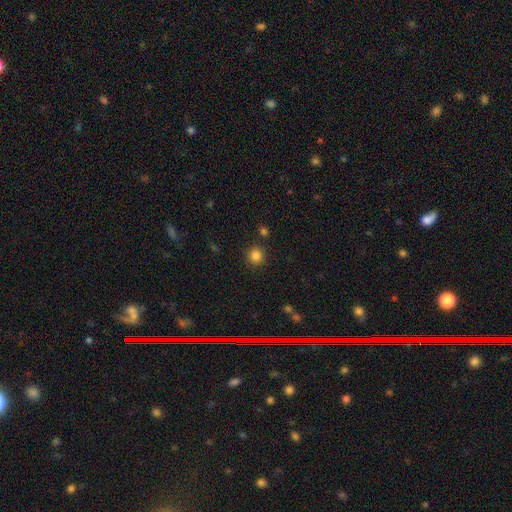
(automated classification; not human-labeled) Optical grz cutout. It shows a smooth galaxy with no disk features (83%) that is round (94%). Merging: none (88%).